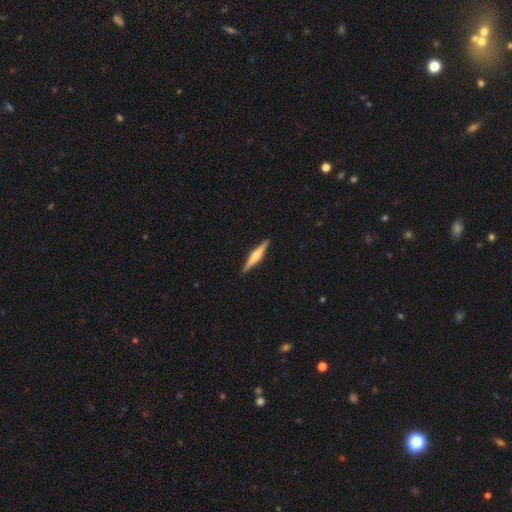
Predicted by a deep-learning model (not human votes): A featured or disk galaxy (64%) viewed edge-on (98%) with a rounded central bulge (69%).

Vote fractions:
- Smooth or featured? featured or disk: 64% / smooth: 30% / star or artifact: 6%
- Edge-on disk? yes: 98% / no: 2%
- Edge-on bulge? rounded: 69% / boxy: 21% / none: 10%
- Merging? none: 91% / minor disturbance: 7% / major disturbance: 1% / merger: 1%